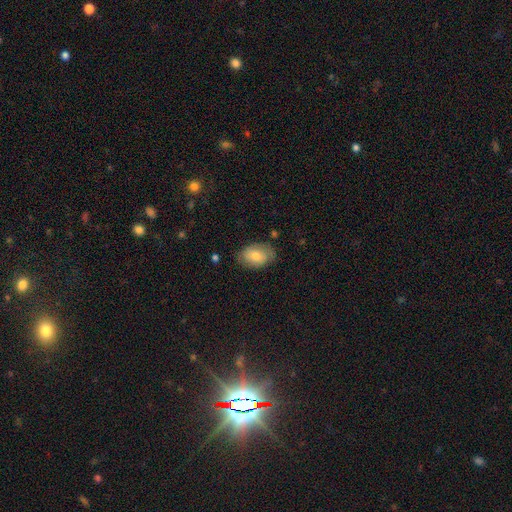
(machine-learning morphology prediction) A smooth galaxy with no disk features (71%) that is in between round and cigar-shaped (83%).

Vote fractions:
- Smooth or featured? smooth: 71% / featured or disk: 22% / star or artifact: 7%
- How rounded? in between: 83% / round: 15% / cigar-shaped: 1%
- Merging? none: 72% / minor disturbance: 21% / major disturbance: 5% / merger: 2%